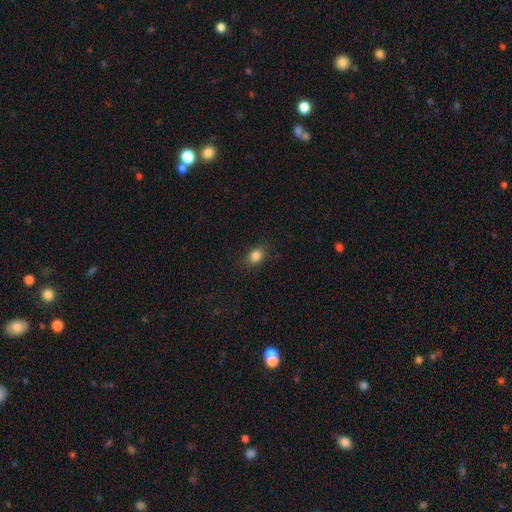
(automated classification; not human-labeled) Smooth or featured?
  - smooth: 84% *
  - star or artifact: 11%
  - featured or disk: 5%
How rounded?
  - in between: 55% *
  - round: 44%
  - cigar-shaped: 1%
Merging?
  - none: 85% *
  - minor disturbance: 11%
  - major disturbance: 3%
  - merger: 1%